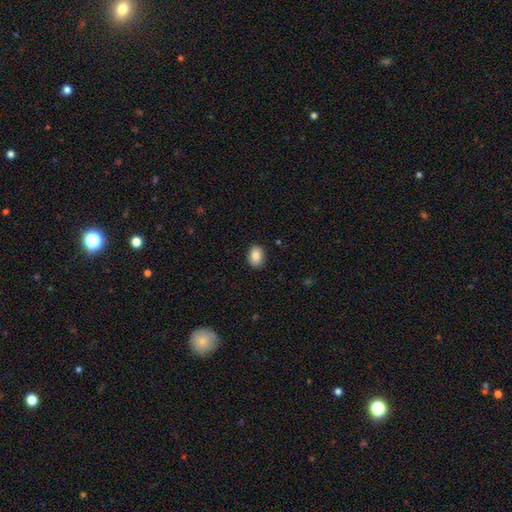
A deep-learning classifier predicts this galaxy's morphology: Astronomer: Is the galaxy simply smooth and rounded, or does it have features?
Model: smooth — 87%.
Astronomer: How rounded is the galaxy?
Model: in between — 71%.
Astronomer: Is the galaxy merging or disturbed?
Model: none — 88%.